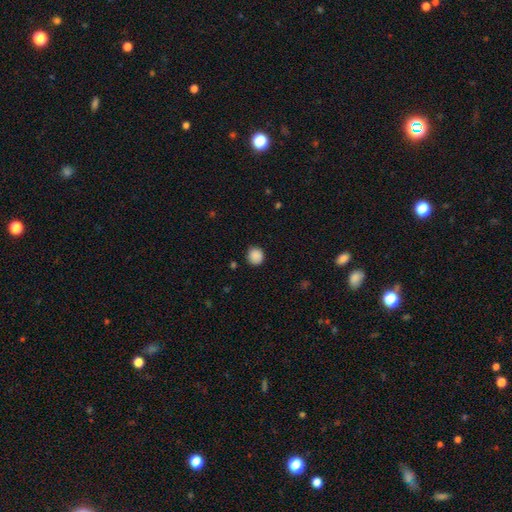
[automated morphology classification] This is clearly a smooth galaxy (88%). How rounded: clearly round (89%). Merging: clearly none (86%).